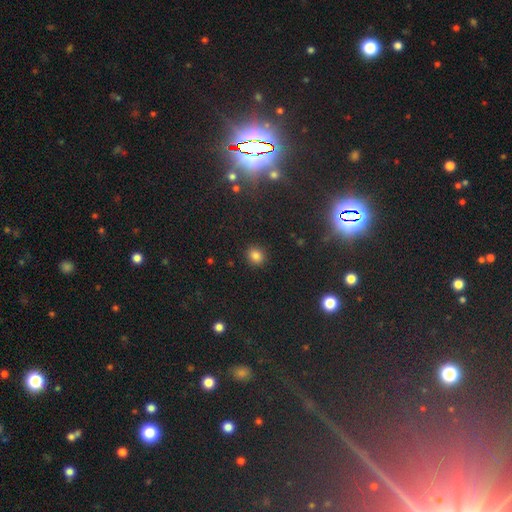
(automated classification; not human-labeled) A smooth galaxy with no disk features (81%) that is round (77%).

Vote fractions:
- Smooth or featured? smooth: 81% / star or artifact: 14% / featured or disk: 5%
- How rounded? round: 77% / in between: 22% / cigar-shaped: 1%
- Merging? none: 90% / minor disturbance: 6% / major disturbance: 2% / merger: 1%